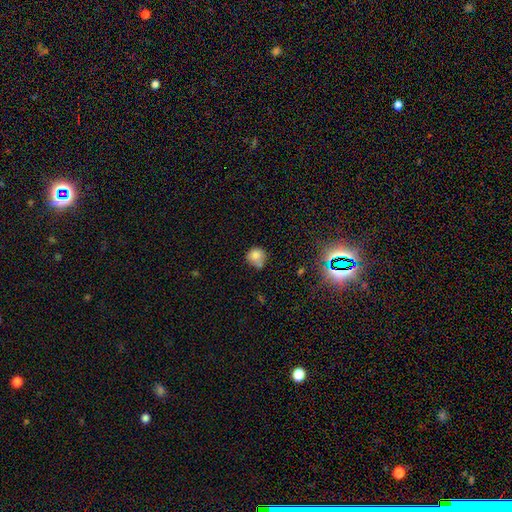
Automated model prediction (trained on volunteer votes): A smooth galaxy with no disk features (79%) that is round (83%). Merging: none (51%).